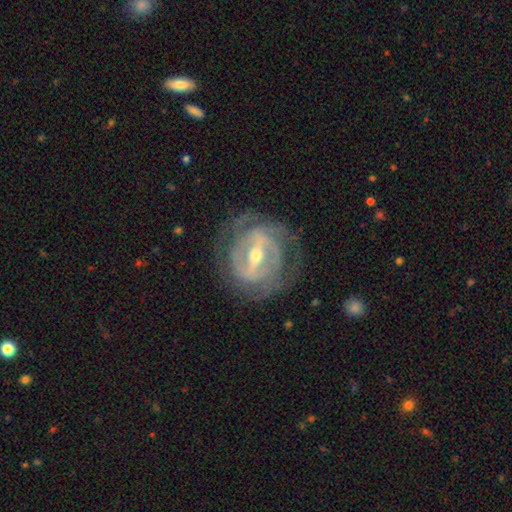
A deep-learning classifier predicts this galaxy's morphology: This is clearly a featured or disk galaxy (88%). It is clearly not viewed edge-on (95%). Bar: likely strong (64%). Spiral arm pattern: clearly yes (88%). Spiral arm count: marginally 2 (37%). Spiral winding: likely tight (61%). Central bulge: possibly moderate (58%). Merging: likely none (75%).